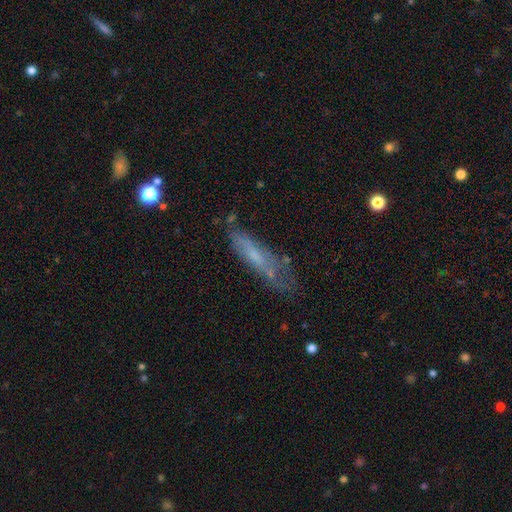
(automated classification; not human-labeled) Q: Smooth or featured?
A: featured or disk (47%); runner-up: smooth (43%)
Q: Merging?
A: none (58%); runner-up: minor disturbance (26%)